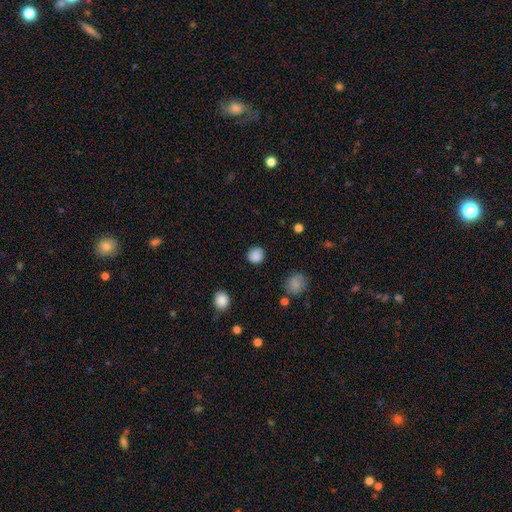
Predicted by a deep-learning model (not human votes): Morphology: type=smooth (86%); roundness=round (91%); merging=none (88%).